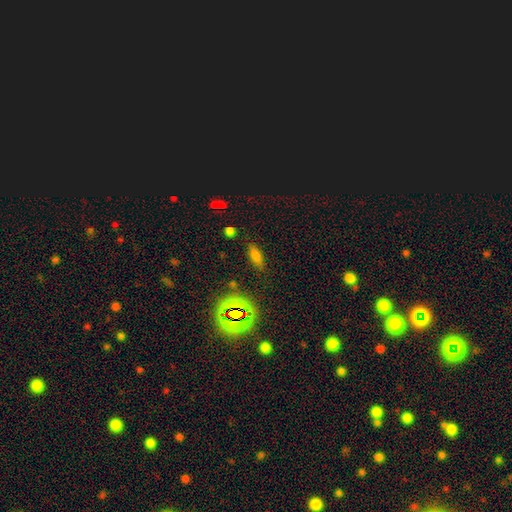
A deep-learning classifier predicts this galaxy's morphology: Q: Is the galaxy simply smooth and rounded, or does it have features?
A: smooth — 69%.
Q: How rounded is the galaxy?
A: in between — 62%.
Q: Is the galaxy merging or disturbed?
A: none — 81%.